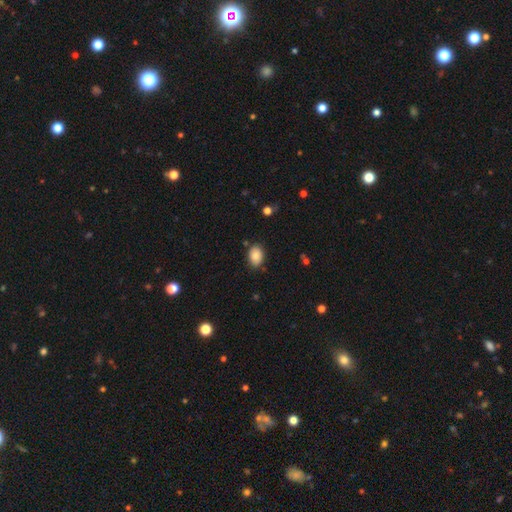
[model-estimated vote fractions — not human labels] smooth 85%, star or artifact 8%, featured or disk 6%. Down the decision tree: how rounded — in between (79%); merging — none (83%).